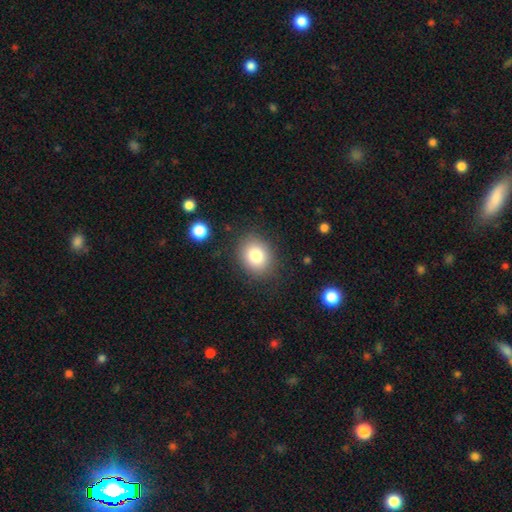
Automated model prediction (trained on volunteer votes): smooth 79%, star or artifact 11%, featured or disk 10%. Down the decision tree: how rounded — round (56%); merging — none (84%).